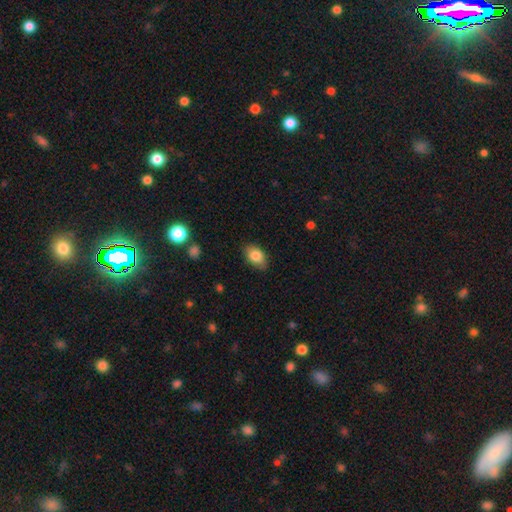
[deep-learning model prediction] The model was most divided on "merging": none: 82%, minor disturbance: 14%, major disturbance: 3%, merger: 1%. More confident: how rounded — in between (87%); smooth or featured — smooth (83%).